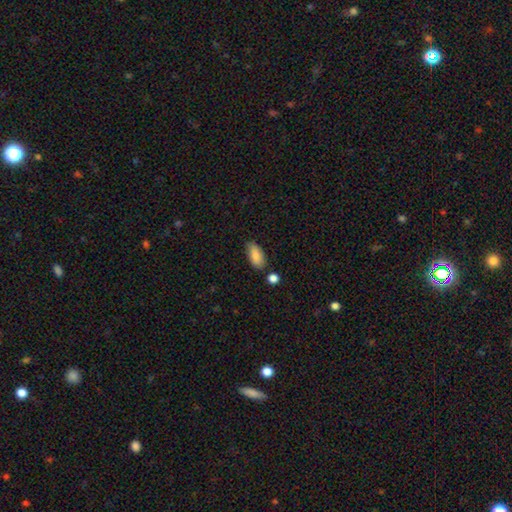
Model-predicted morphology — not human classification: Smooth or featured? smooth (86%)
How rounded? in between (90%)
Merging? none (77%)